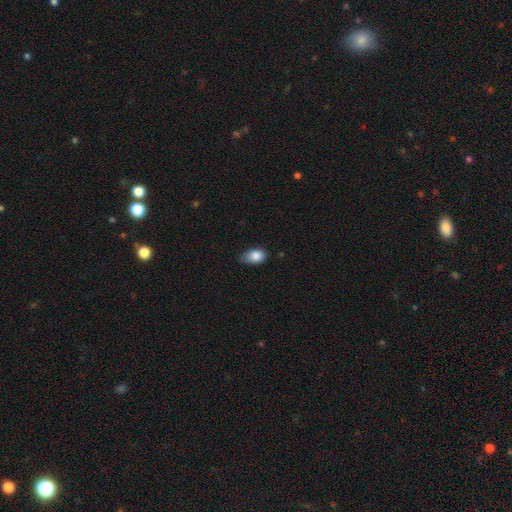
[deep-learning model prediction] Morphology: type=smooth (86%); roundness=in between (84%); merging=none (55%).